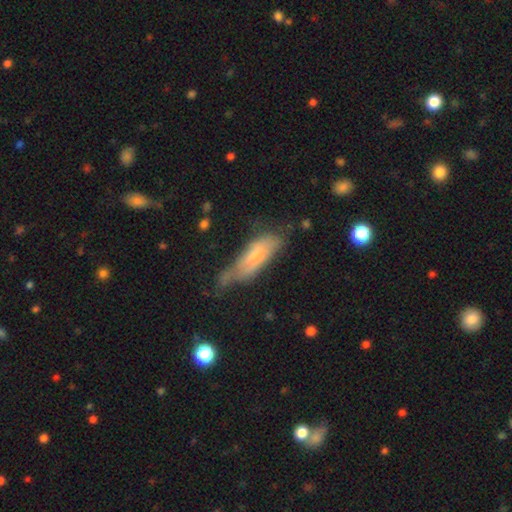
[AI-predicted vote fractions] A smooth galaxy with no disk features (59%) that is in between round and cigar-shaped (56%).

Vote fractions:
- Smooth or featured? smooth: 59% / featured or disk: 34% / star or artifact: 7%
- How rounded? in between: 56% / cigar-shaped: 41% / round: 2%
- Merging? minor disturbance: 38% / none: 36% / major disturbance: 21% / merger: 5%